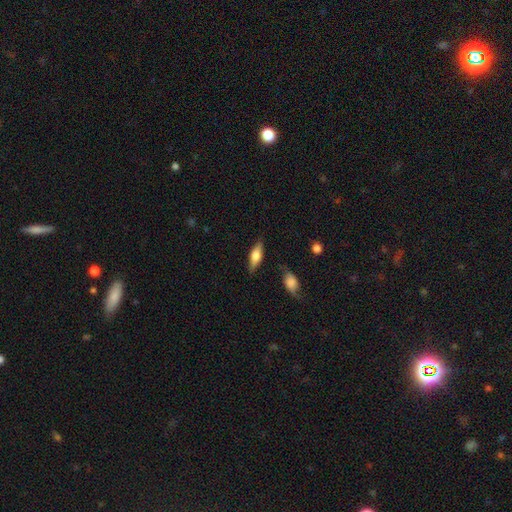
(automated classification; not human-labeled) This is possibly a smooth galaxy (50%). Merging: clearly none (81%).